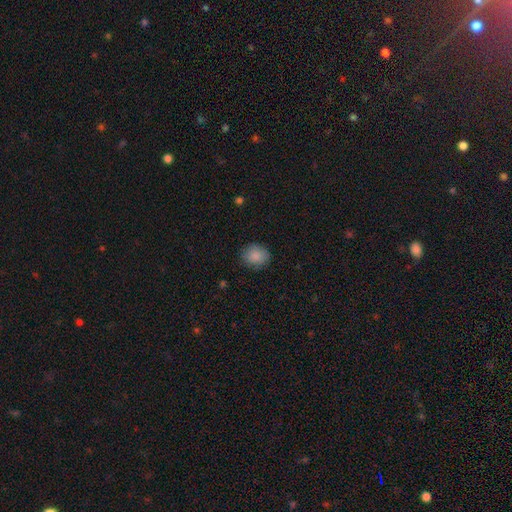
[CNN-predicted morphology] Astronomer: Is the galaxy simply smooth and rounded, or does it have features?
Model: smooth — 88%.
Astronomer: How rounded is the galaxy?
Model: round — 64%.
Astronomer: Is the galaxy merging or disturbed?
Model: none — 84%.